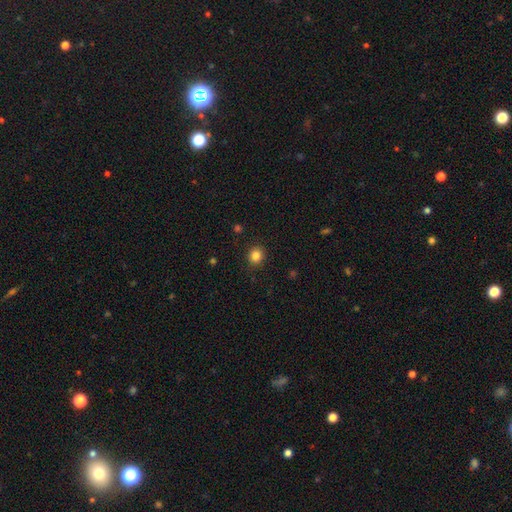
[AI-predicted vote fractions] Smooth or featured: smooth — 84% (star or artifact — 12%)
How rounded: round — 85% (in between — 14%)
Merging: none — 90% (minor disturbance — 6%)